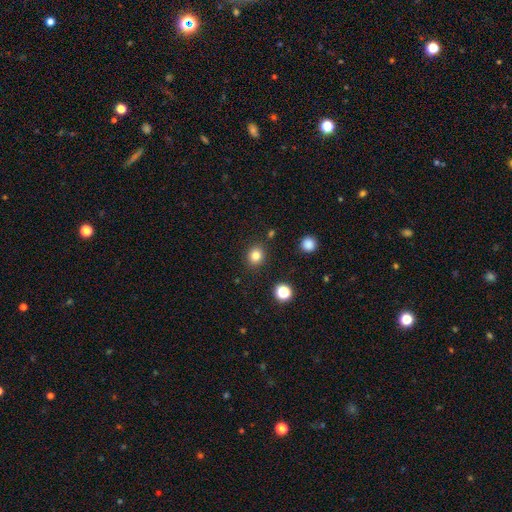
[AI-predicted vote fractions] Overall: smooth (81%). How rounded: round (76%). Merging: none (87%).